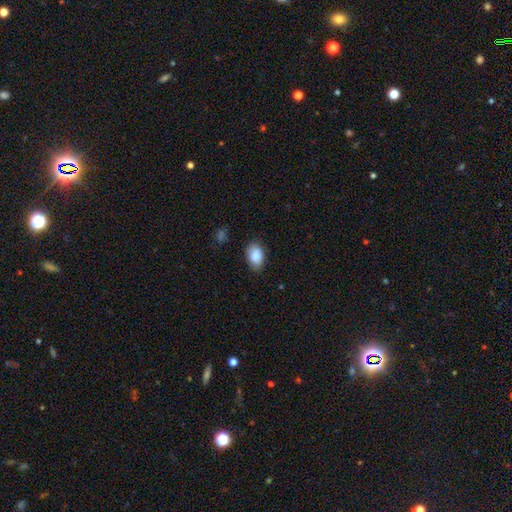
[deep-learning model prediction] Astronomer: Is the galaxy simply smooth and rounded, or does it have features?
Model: smooth — 89%.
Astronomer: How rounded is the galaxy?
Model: in between — 90%.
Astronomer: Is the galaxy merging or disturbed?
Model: none — 82%.